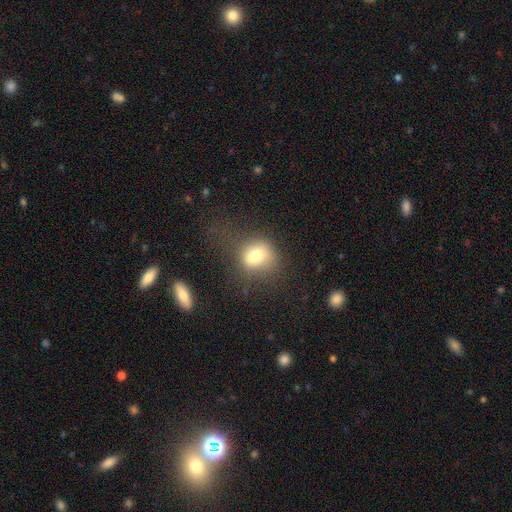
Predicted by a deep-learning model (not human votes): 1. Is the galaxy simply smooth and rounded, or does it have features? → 74% smooth, 14% featured or disk, 12% star or artifact.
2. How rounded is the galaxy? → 61% round, 38% in between, 1% cigar-shaped.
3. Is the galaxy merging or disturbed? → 55% none, 22% minor disturbance, 20% major disturbance, 3% merger.